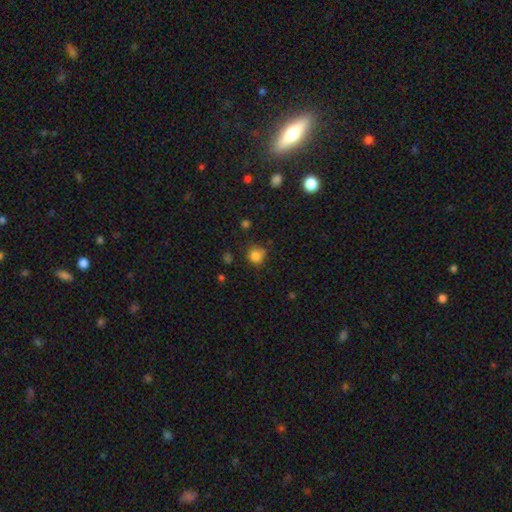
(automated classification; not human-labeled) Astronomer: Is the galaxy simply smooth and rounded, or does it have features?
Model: smooth — 82%.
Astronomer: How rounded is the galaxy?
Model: round — 83%.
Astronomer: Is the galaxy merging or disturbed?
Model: none — 68%.